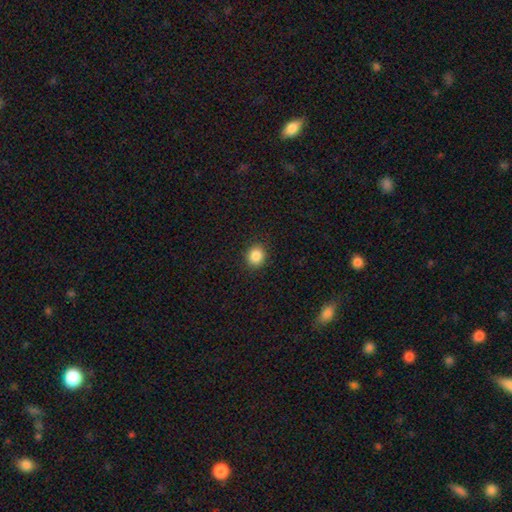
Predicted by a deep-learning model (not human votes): A smooth galaxy with no disk features (87%) that is round (80%).

Vote fractions:
- Smooth or featured? smooth: 87% / star or artifact: 9% / featured or disk: 4%
- How rounded? round: 80% / in between: 19% / cigar-shaped: 1%
- Merging? none: 91% / minor disturbance: 6% / major disturbance: 2% / merger: 1%